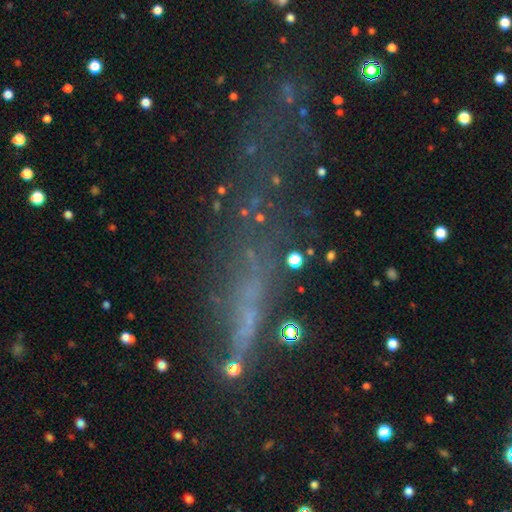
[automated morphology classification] featured or disk 35%, star or artifact 34%, smooth 31%. Down the decision tree: merging — none (45%).